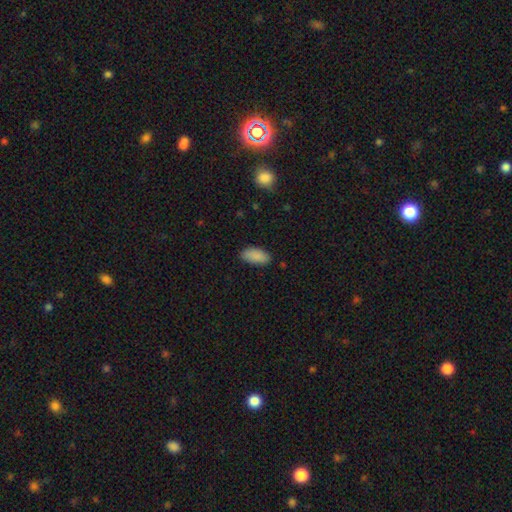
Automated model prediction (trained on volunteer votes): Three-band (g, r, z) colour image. It shows a smooth galaxy with no disk features (89%) that is in between round and cigar-shaped (92%). Merging: none (84%).